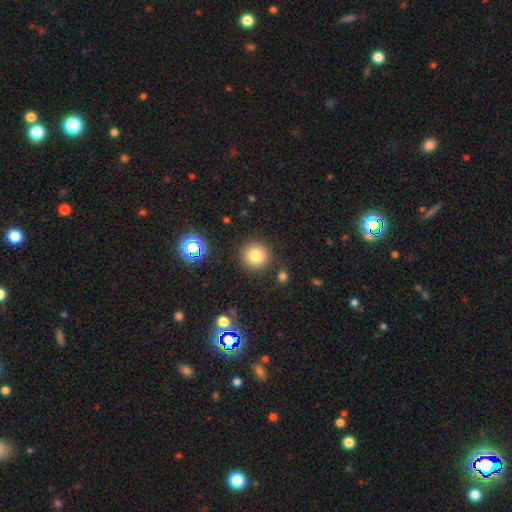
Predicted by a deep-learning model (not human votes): This appears to be a smooth galaxy with no disk features (78%) that is round (94%). Merging: none (87%).